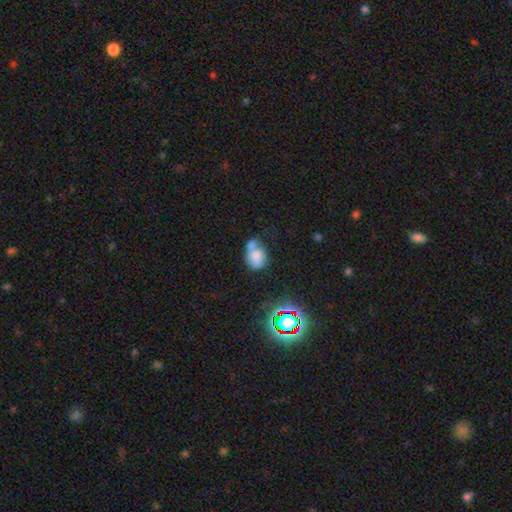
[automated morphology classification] smooth-or-featured: smooth: 67% | featured or disk: 20% | star or artifact: 13%
  how-rounded: in between: 67% | round: 32% | cigar-shaped: 1%
  merging: merger: 36% | none: 28% | minor disturbance: 22% | major disturbance: 13%